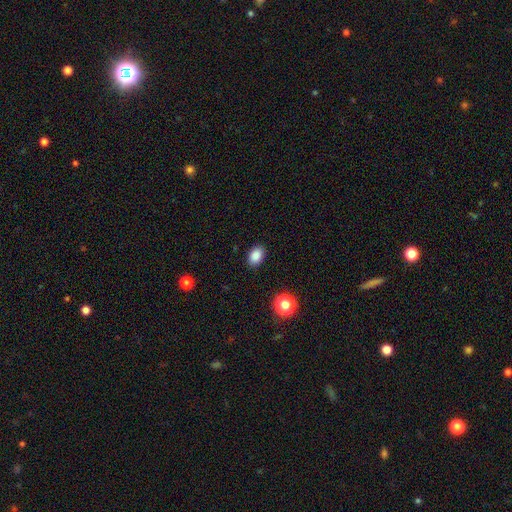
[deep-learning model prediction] Morphology: type=smooth (87%); roundness=in between (78%); merging=none (89%).